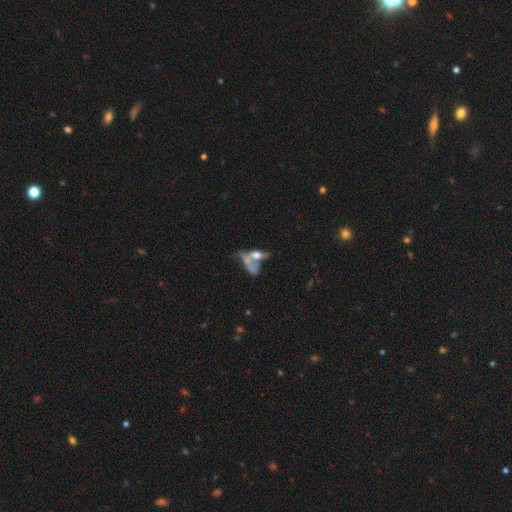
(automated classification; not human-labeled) Smooth or featured? Predicted: smooth (p=0.44, tied with featured or disk). Merging? Predicted: merger (p=0.55).